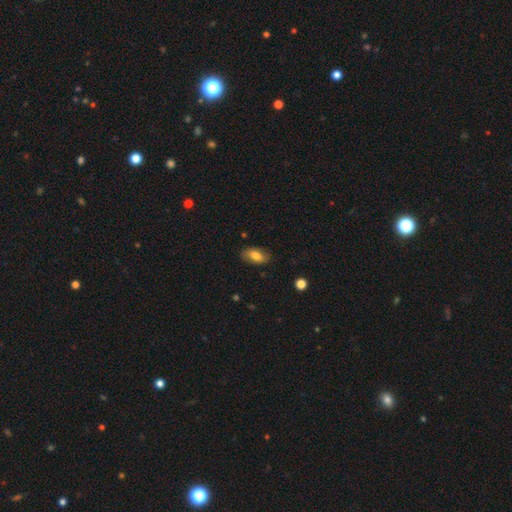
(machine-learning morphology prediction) This appears to be a smooth galaxy with no disk features (78%) that is in between round and cigar-shaped (90%). Merging: none (83%).